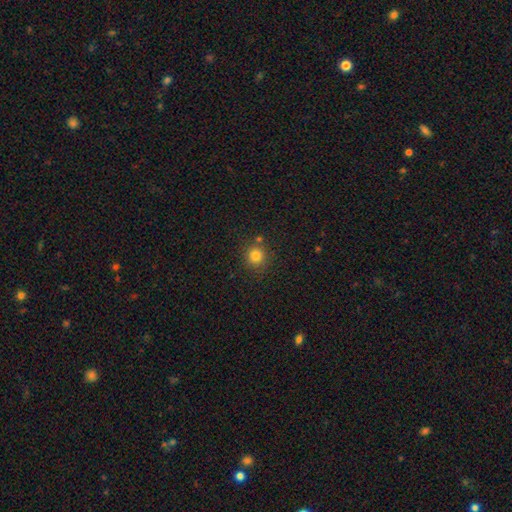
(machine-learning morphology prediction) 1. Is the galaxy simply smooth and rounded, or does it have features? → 81% smooth, 13% star or artifact, 6% featured or disk.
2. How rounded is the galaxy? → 90% round, 10% in between, 1% cigar-shaped.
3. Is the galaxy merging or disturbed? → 80% none, 9% minor disturbance, 7% merger, 3% major disturbance.